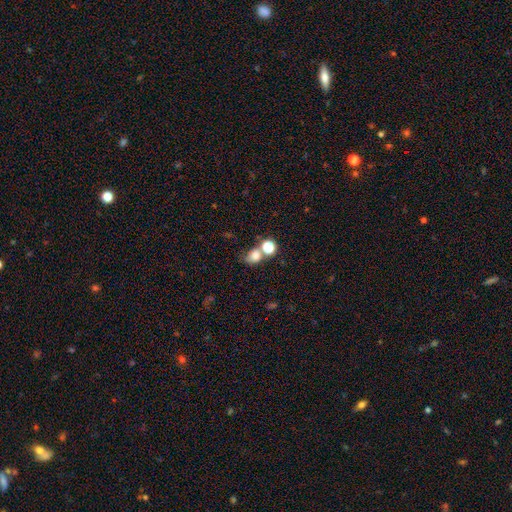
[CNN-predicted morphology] smooth-or-featured: smooth: 73% | star or artifact: 16% | featured or disk: 11%
  how-rounded: round: 52% | in between: 47% | cigar-shaped: 1%
  merging: none: 43% | merger: 40% | minor disturbance: 11% | major disturbance: 7%